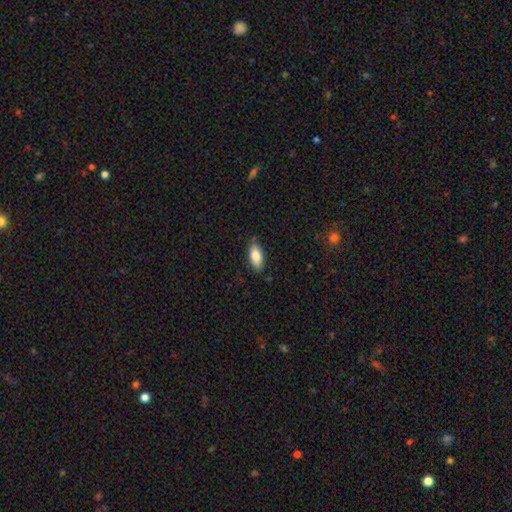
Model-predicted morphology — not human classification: A smooth galaxy with no disk features (83%) that is in between round and cigar-shaped (86%). Merging: none (82%).